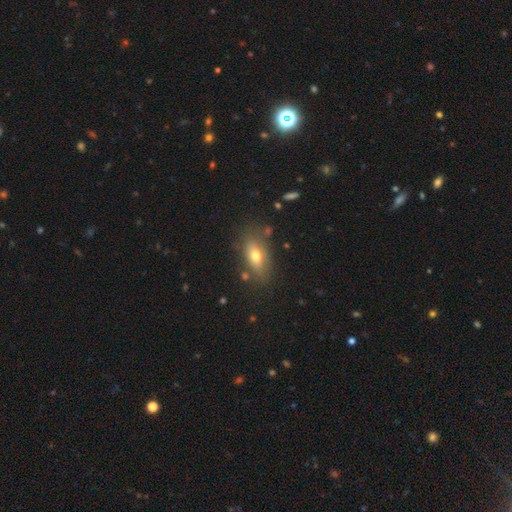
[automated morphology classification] smooth_or_featured: smooth (p=0.67) [alt: featured or disk p=0.24]
how_rounded: in between (p=0.82) [alt: cigar-shaped p=0.11]
merging: none (p=0.77) [alt: minor disturbance p=0.14]